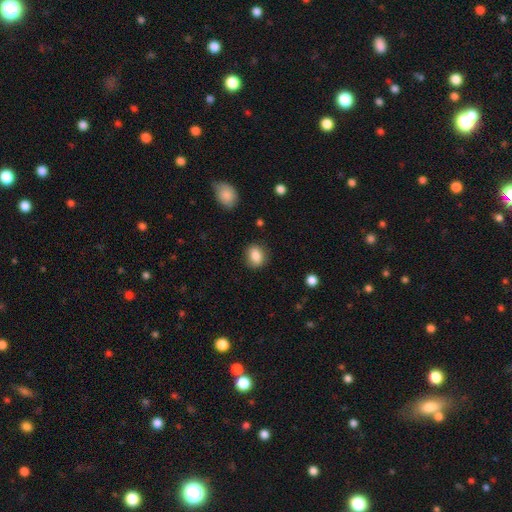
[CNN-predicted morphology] Smooth or featured?
  - smooth: 85% *
  - star or artifact: 8%
  - featured or disk: 7%
How rounded?
  - in between: 50% *
  - round: 48%
  - cigar-shaped: 1%
Merging?
  - none: 85% *
  - minor disturbance: 11%
  - major disturbance: 3%
  - merger: 1%